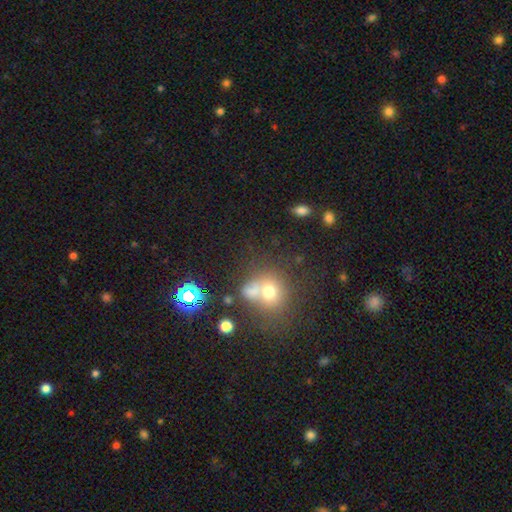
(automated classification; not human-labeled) smooth_or_featured: smooth (p=0.58) [alt: star or artifact p=0.27]
how_rounded: round (p=0.80) [alt: in between p=0.19]
merging: none (p=0.47) [alt: merger p=0.38]